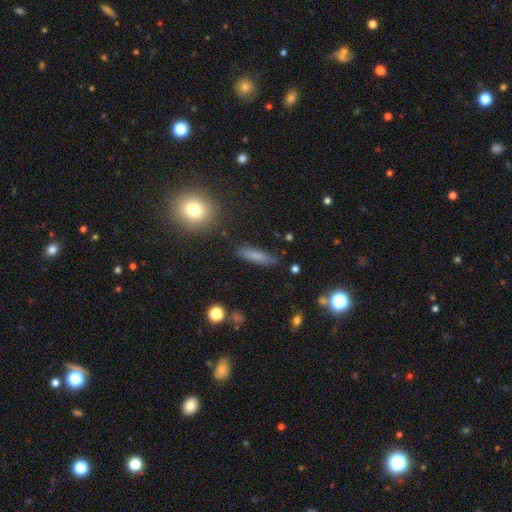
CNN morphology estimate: A smooth galaxy with no disk features (73%) that is cigar-shaped (73%). Merging: none (84%).